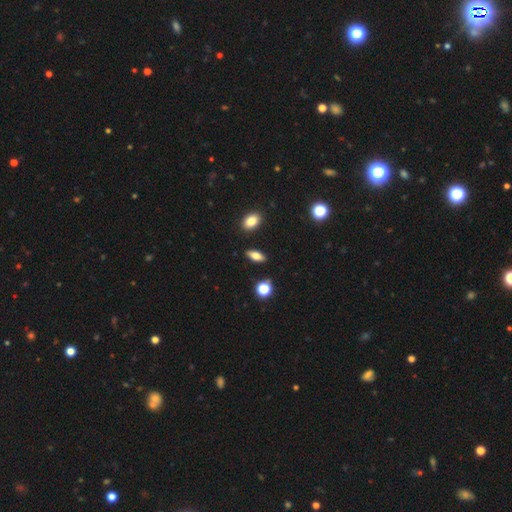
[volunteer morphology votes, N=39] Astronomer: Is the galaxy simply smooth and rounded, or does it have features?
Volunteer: smooth — 62%.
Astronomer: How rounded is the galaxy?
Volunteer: in between — 88%.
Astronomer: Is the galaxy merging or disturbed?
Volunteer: none — 95%.